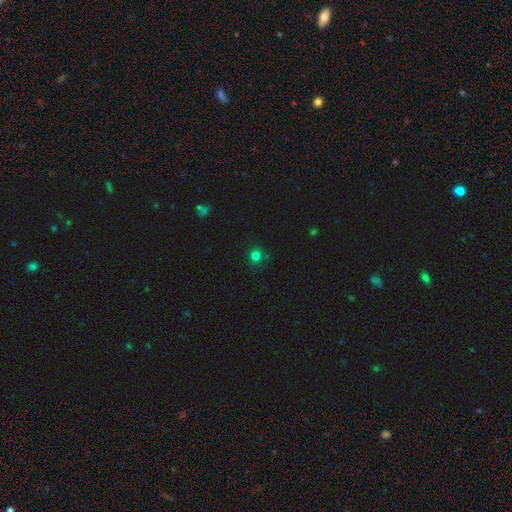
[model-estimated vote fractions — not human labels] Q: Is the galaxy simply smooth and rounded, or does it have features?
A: smooth — 79%.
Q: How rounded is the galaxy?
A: round — 92%.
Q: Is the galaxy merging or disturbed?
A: none — 85%.